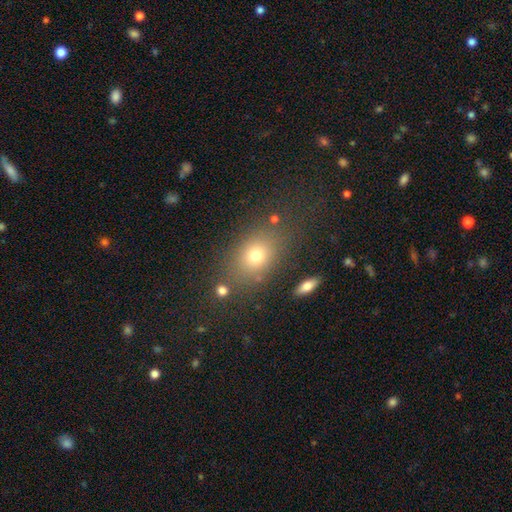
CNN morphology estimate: This appears to be a smooth galaxy with no disk features (71%) that is in between round and cigar-shaped (65%). Merging: none (75%).